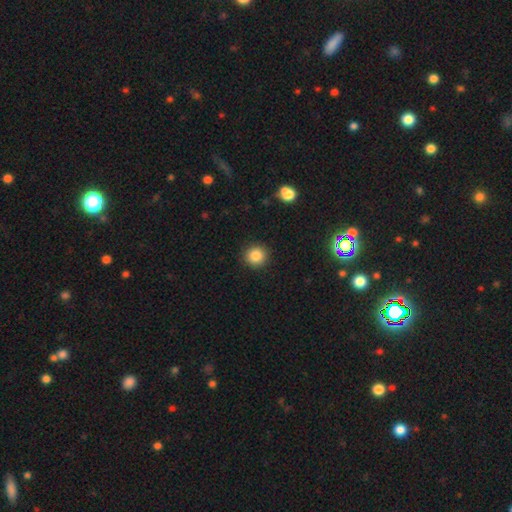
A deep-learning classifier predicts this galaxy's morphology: smooth_or_featured: smooth (p=0.85) [alt: star or artifact p=0.11]
how_rounded: round (p=0.92) [alt: in between p=0.07]
merging: none (p=0.91) [alt: minor disturbance p=0.06]